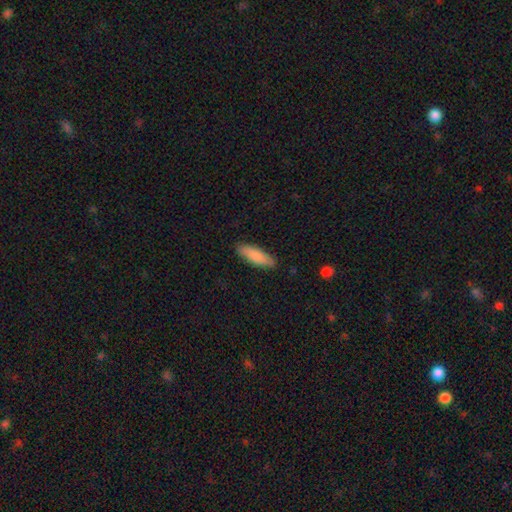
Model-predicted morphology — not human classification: Smooth or featured? smooth (85%)
How rounded? cigar-shaped (52%)
Merging? none (87%)